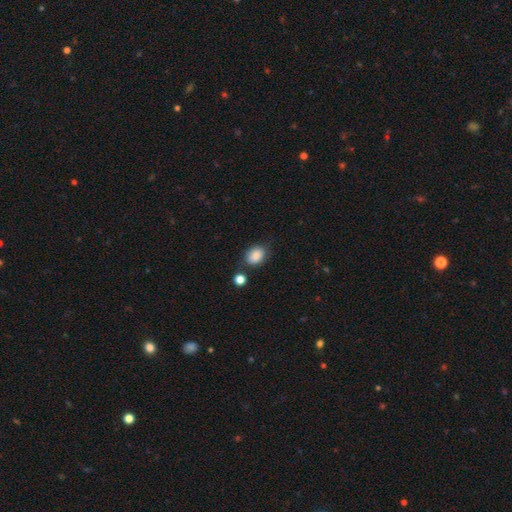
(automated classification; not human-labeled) Overall: smooth (87%). How rounded: in between (65%; round 34%). Merging: none (70%).